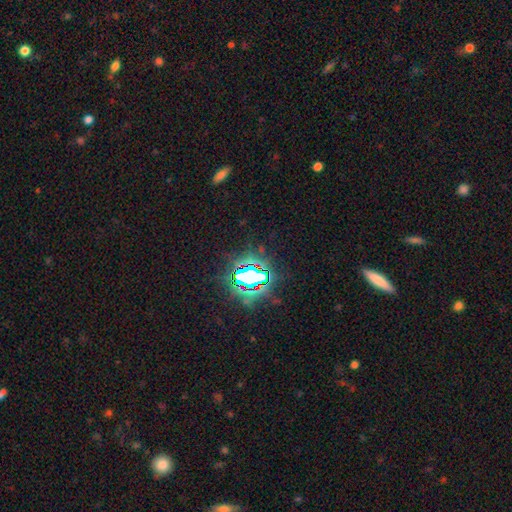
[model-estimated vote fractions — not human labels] Smooth or featured?
  - star or artifact: 79% *
  - smooth: 13%
  - featured or disk: 8%